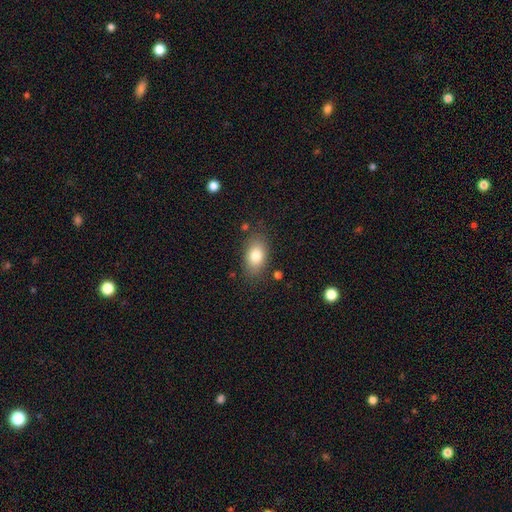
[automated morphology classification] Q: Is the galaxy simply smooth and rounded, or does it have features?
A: smooth — 80%.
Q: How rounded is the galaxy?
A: in between — 88%.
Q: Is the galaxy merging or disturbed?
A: none — 80%.